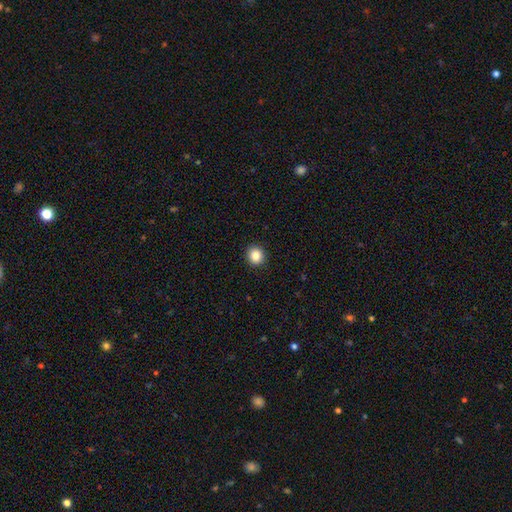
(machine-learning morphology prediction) Q: Smooth or featured?
A: smooth (86%); runner-up: star or artifact (10%)
Q: How rounded?
A: round (85%); runner-up: in between (14%)
Q: Merging?
A: none (92%); runner-up: minor disturbance (5%)